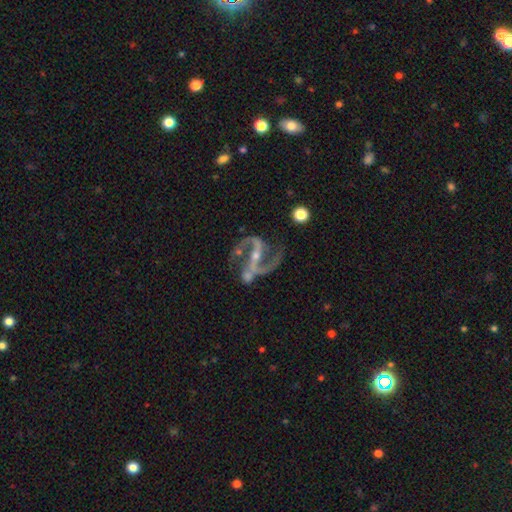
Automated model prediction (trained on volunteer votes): Smooth or featured?
  - featured or disk: 91% *
  - star or artifact: 6%
  - smooth: 3%
Edge-on disk?
  - no: 96% *
  - yes: 4%
Bar?
  - strong: 61% *
  - weak: 24%
  - no: 15%
Spiral arms?
  - yes: 97% *
  - no: 3%
Spiral winding?
  - medium: 45% *
  - loose: 44%
  - tight: 11%
Spiral arm count?
  - 2: 93% *
  - 1: 2%
  - 3: 2%
  - can't tell: 2%
  - 4: 1%
  - more than 4: 1%
Bulge size?
  - small: 68% *
  - moderate: 27%
  - none: 3%
  - large: 1%
  - dominant: 1%
Merging?
  - none: 62% *
  - minor disturbance: 16%
  - major disturbance: 13%
  - merger: 8%